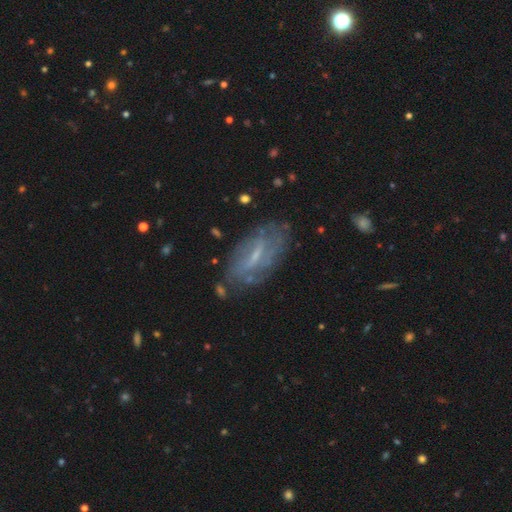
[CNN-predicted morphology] Q: Smooth or featured?
A: featured or disk (66%); runner-up: smooth (26%)
Q: Edge-on disk?
A: no (85%); runner-up: yes (15%)
Q: Bar?
A: weak (51%); runner-up: strong (26%)
Q: Spiral arms?
A: yes (67%); runner-up: no (33%)
Q: Bulge size?
A: small (53%); runner-up: moderate (29%)
Q: Merging?
A: none (69%); runner-up: minor disturbance (20%)